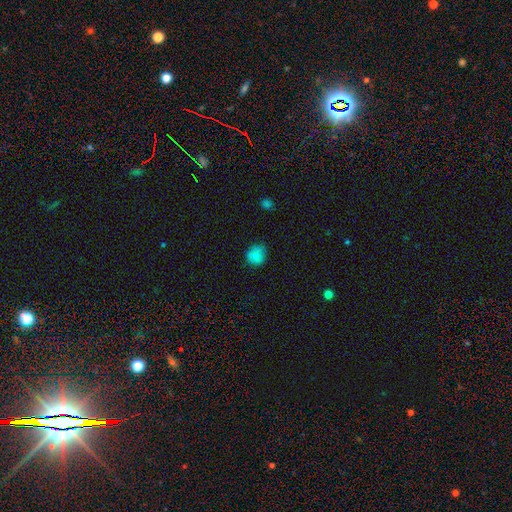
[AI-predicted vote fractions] Smooth or featured? Predicted: smooth (p=0.84). How rounded? Predicted: round (p=0.81). Merging? Predicted: none (p=0.76).